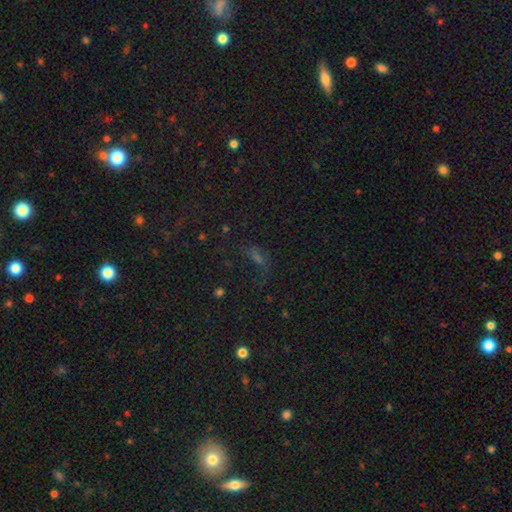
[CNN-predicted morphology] A star or artifact, not a galaxy (45%).